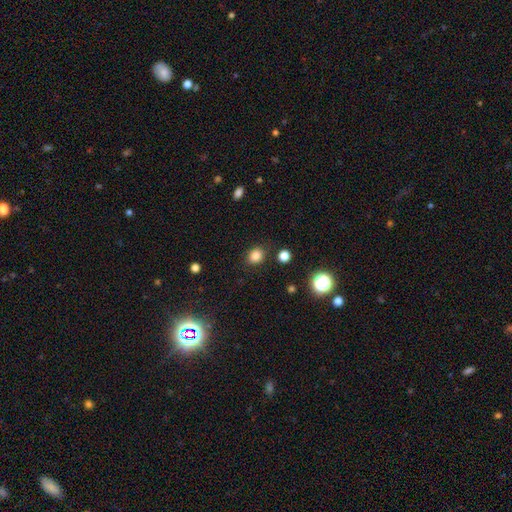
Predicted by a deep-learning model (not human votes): A smooth galaxy with no disk features (83%) that is round (67%).

Vote fractions:
- Smooth or featured? smooth: 83% / star or artifact: 13% / featured or disk: 4%
- How rounded? round: 67% / in between: 32% / cigar-shaped: 1%
- Merging? none: 86% / minor disturbance: 9% / major disturbance: 3% / merger: 2%